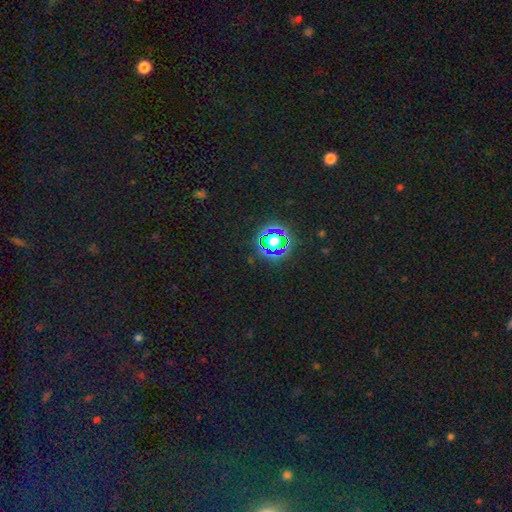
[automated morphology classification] A star or artifact, not a galaxy (78%).